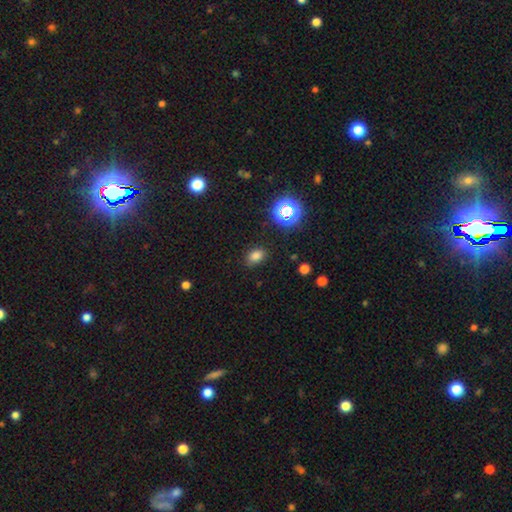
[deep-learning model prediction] A smooth galaxy with no disk features (76%) that is in between round and cigar-shaped (78%).

Vote fractions:
- Smooth or featured? smooth: 76% / star or artifact: 18% / featured or disk: 5%
- How rounded? in between: 78% / round: 21% / cigar-shaped: 1%
- Merging? none: 82% / minor disturbance: 13% / major disturbance: 4% / merger: 2%